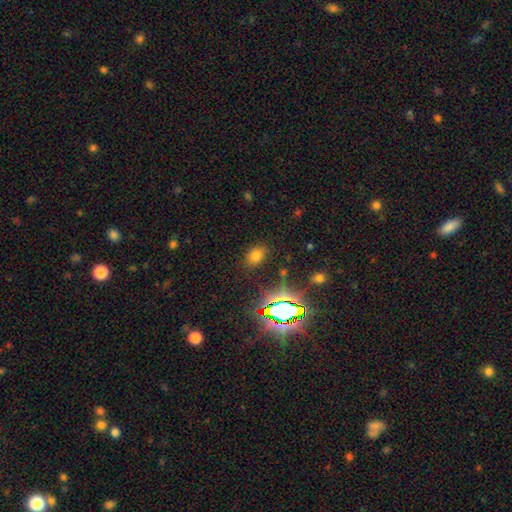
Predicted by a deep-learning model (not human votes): Overall: smooth (66%). How rounded: in between (73%). Merging: none (81%).